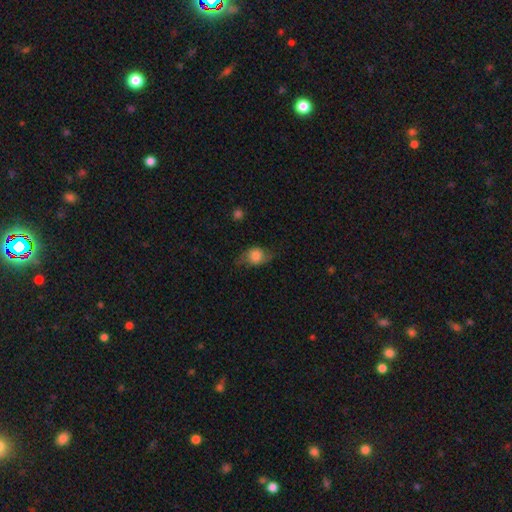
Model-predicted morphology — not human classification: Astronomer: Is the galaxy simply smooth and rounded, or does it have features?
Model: smooth — 64%.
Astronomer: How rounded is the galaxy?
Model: in between — 56% (runner-up: round, 42%).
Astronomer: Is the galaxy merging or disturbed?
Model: none — 61%.